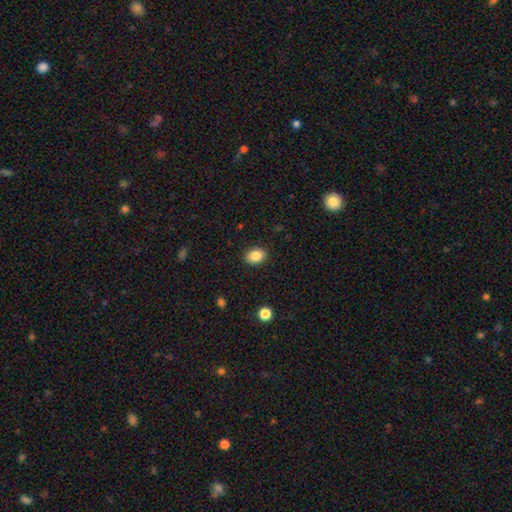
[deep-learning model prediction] A smooth galaxy with no disk features (87%) that is in between round and cigar-shaped (74%). Merging: none (89%).